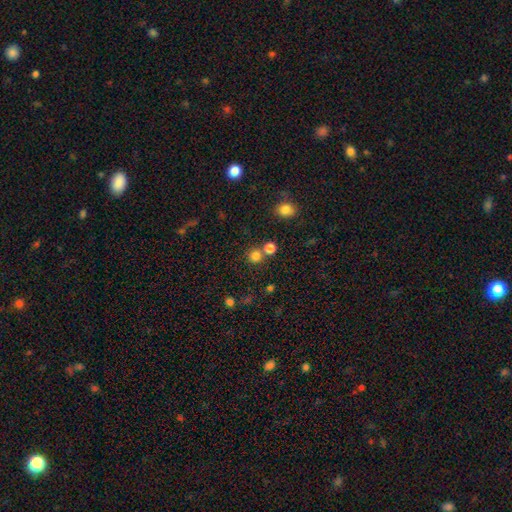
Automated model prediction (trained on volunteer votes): smooth_or_featured: smooth (p=0.79) [alt: star or artifact p=0.15]
how_rounded: round (p=0.90) [alt: in between p=0.09]
merging: none (p=0.68) [alt: merger p=0.22]